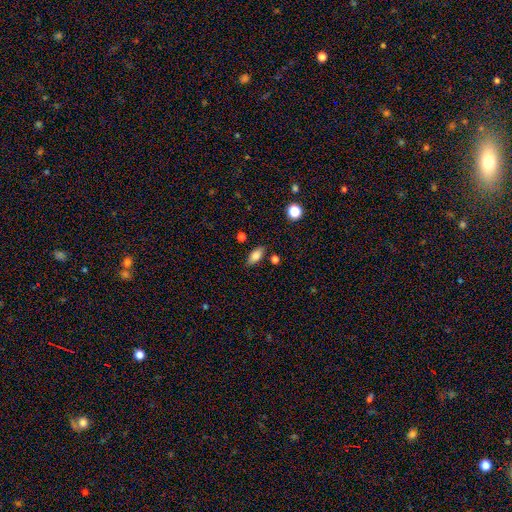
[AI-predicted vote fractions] smooth 80%, featured or disk 11%, star or artifact 8%. Down the decision tree: how rounded — in between (85%); merging — none (82%).